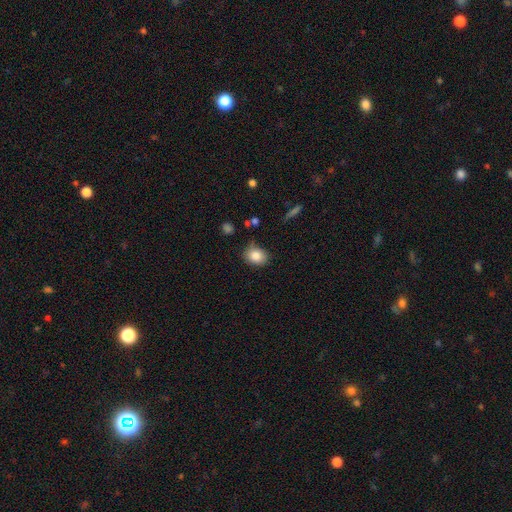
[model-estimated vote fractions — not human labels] Smooth or featured? smooth (84%)
How rounded? round (50%)
Merging? none (77%)